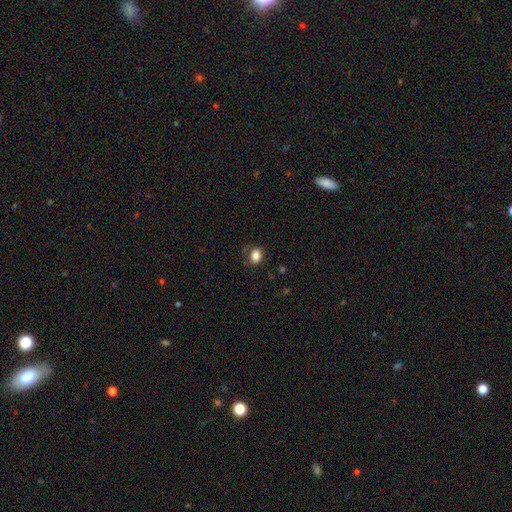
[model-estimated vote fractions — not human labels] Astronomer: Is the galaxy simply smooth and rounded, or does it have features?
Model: smooth — 82%.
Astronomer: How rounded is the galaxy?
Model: in between — 57% (runner-up: round, 42%).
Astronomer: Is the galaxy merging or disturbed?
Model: none — 68%.